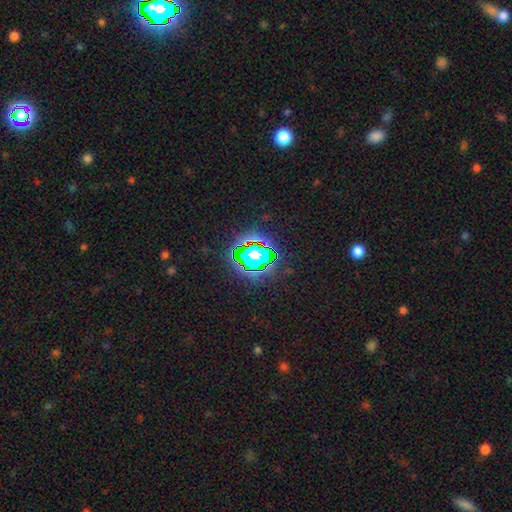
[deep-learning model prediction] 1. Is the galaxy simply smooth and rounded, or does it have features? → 74% star or artifact, 16% smooth, 10% featured or disk.